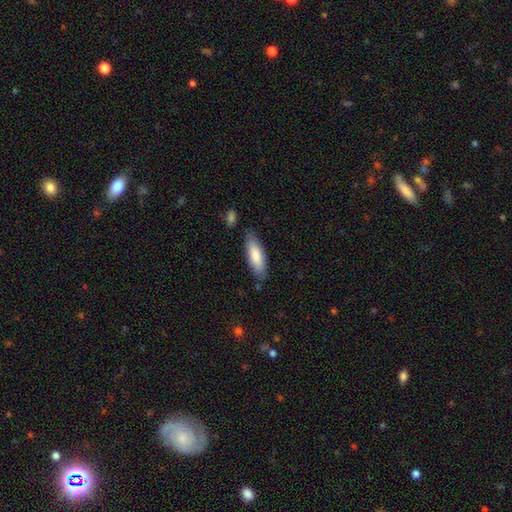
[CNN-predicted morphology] Smooth or featured: smooth — 82% (featured or disk — 13%)
How rounded: in between — 55% (cigar-shaped — 43%)
Merging: none — 80% (minor disturbance — 14%)